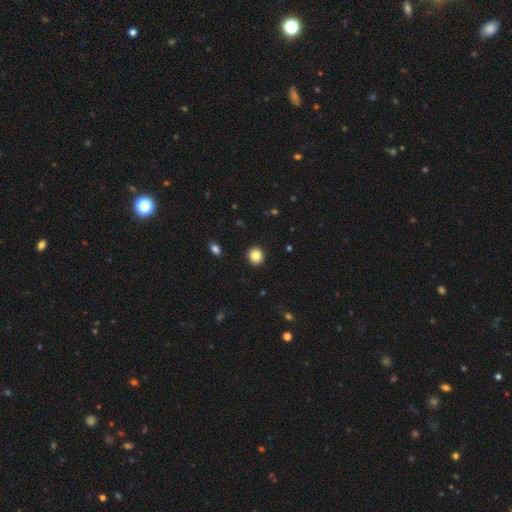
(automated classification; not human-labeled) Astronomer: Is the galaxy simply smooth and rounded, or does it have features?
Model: smooth — 85%.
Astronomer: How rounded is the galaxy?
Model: round — 90%.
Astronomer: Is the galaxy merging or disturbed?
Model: none — 93%.